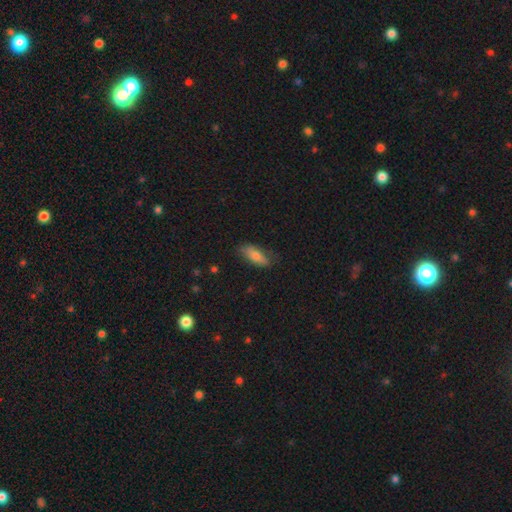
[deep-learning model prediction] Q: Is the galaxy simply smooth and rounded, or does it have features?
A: smooth — 71%.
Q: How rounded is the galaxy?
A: in between — 73%.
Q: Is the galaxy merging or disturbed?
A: none — 71%.